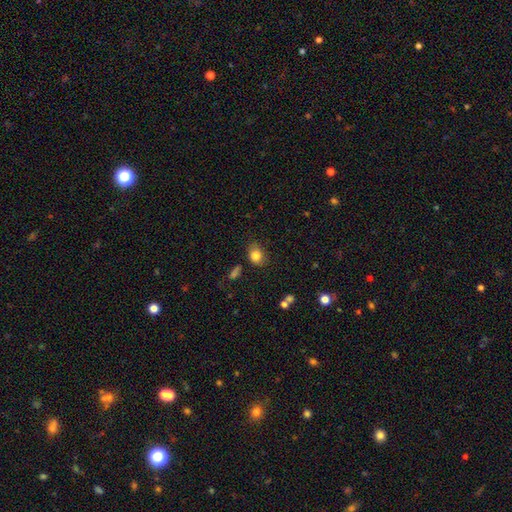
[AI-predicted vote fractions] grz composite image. It shows a smooth galaxy with no disk features (83%) that is in between round and cigar-shaped (57%). Merging: none (64%).